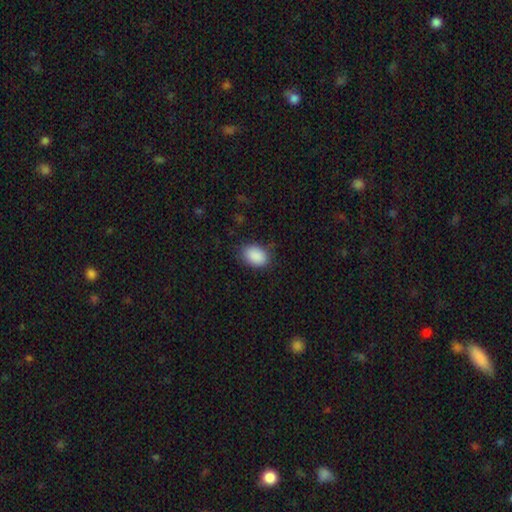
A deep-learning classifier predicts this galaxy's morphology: smooth-or-featured: smooth: 90% | star or artifact: 7% | featured or disk: 3%
  how-rounded: in between: 82% | round: 16% | cigar-shaped: 1%
  merging: none: 80% | minor disturbance: 15% | major disturbance: 4% | merger: 1%